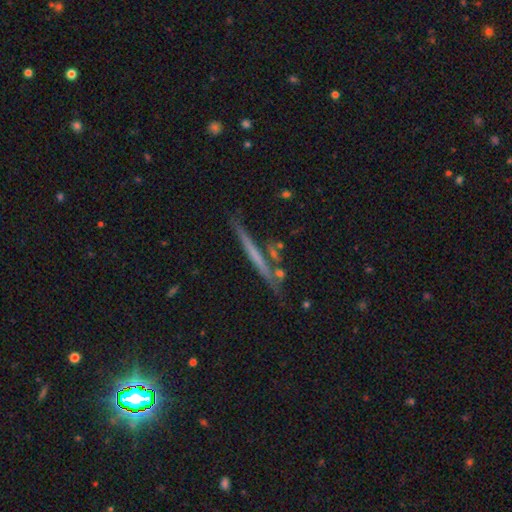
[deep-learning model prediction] The model was most divided on "smooth or featured": featured or disk: 52%, smooth: 40%, star or artifact: 7%. More confident: edge-on disk — yes (96%); edge-on bulge — none (87%); merging — none (82%).